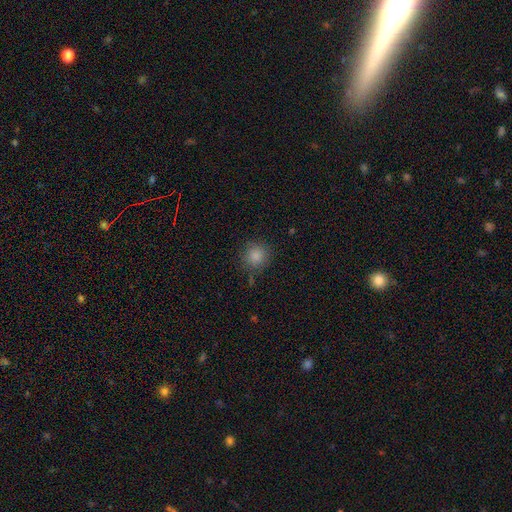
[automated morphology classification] A smooth galaxy with no disk features (85%) that is round (92%). Merging: none (81%).